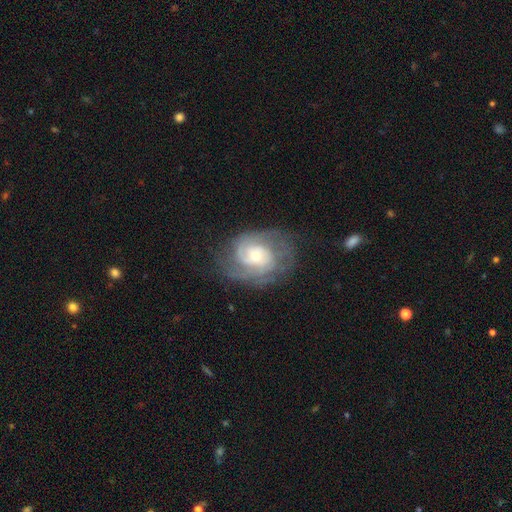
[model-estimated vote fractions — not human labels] Smooth or featured?
  - featured or disk: 80% *
  - smooth: 14%
  - star or artifact: 6%
Edge-on disk?
  - no: 97% *
  - yes: 3%
Bar?
  - no: 68% *
  - weak: 27%
  - strong: 5%
Spiral arms?
  - yes: 92% *
  - no: 8%
Spiral winding?
  - tight: 55% *
  - medium: 34%
  - loose: 10%
Spiral arm count?
  - 2: 36% *
  - can't tell: 34%
  - 3: 15%
  - 4: 6%
  - 1: 5%
  - more than 4: 4%
Bulge size?
  - moderate: 49% *
  - small: 43%
  - large: 6%
  - none: 1%
  - dominant: 1%
Merging?
  - none: 65% *
  - minor disturbance: 20%
  - major disturbance: 13%
  - merger: 2%